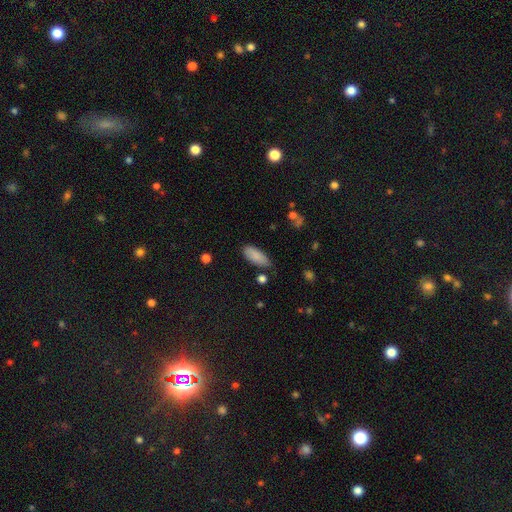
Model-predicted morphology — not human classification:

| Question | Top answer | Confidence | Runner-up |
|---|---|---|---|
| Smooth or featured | smooth | 88% | star or artifact (7%) |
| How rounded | in between | 81% | cigar-shaped (17%) |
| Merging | none | 75% | minor disturbance (19%) |